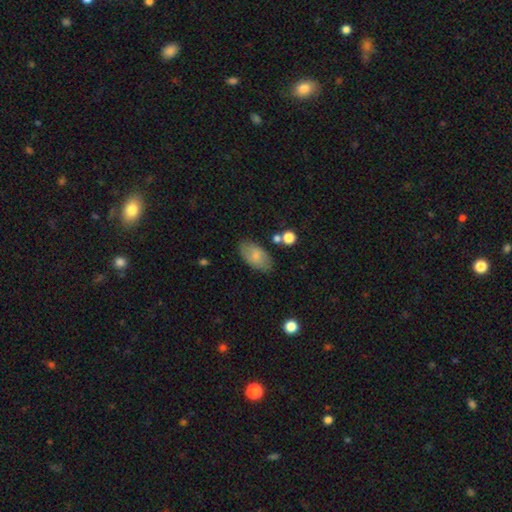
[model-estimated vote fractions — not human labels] Smooth or featured: smooth — 72% (featured or disk — 21%)
How rounded: in between — 93% (round — 5%)
Merging: none — 77% (minor disturbance — 15%)